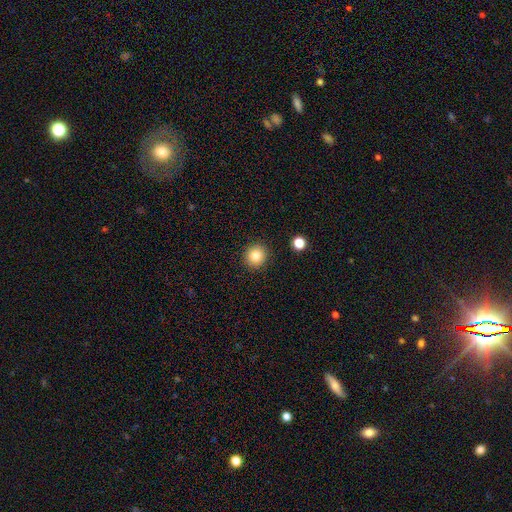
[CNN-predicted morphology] smooth 84%, star or artifact 11%, featured or disk 6%. Down the decision tree: how rounded — round (93%); merging — none (91%).